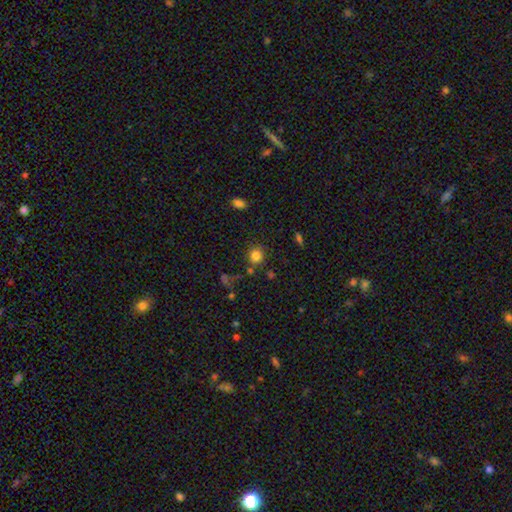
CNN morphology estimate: Smooth or featured? Predicted: smooth (p=0.81). How rounded? Predicted: round (p=0.86). Merging? Predicted: none (p=0.80).